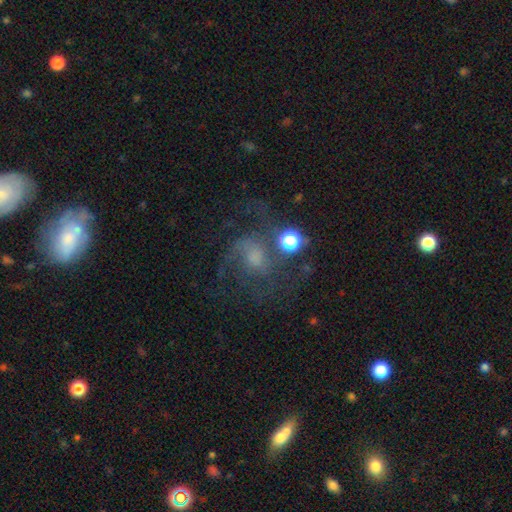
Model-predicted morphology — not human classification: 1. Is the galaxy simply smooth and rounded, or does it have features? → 64% featured or disk, 20% smooth, 16% star or artifact.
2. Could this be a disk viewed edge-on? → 97% no, 3% yes.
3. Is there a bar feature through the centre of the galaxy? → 62% no, 32% weak, 5% strong.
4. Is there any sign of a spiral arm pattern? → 86% yes, 14% no.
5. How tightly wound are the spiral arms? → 50% medium, 27% loose, 23% tight.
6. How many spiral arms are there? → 40% 2, 27% can't tell, 17% 3, 7% 1, 5% 4, 4% more than 4.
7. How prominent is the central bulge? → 41% moderate, 34% small, 15% none, 8% large, 2% dominant.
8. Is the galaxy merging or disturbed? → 52% none, 24% major disturbance, 17% minor disturbance, 7% merger.